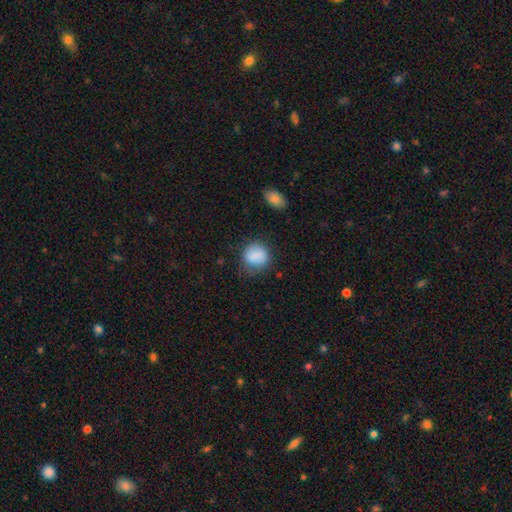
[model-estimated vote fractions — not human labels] smooth_or_featured: smooth (p=0.83) [alt: featured or disk p=0.09]
how_rounded: round (p=0.72) [alt: in between p=0.27]
merging: none (p=0.65) [alt: minor disturbance p=0.24]